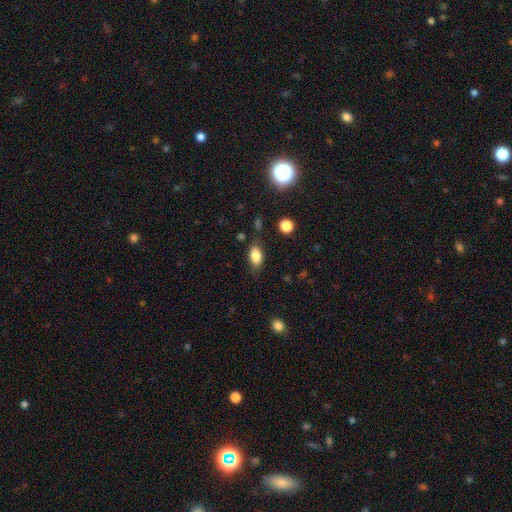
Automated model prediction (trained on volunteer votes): Smooth or featured: smooth — 81% (featured or disk — 10%)
How rounded: in between — 87% (round — 8%)
Merging: none — 74% (minor disturbance — 18%)